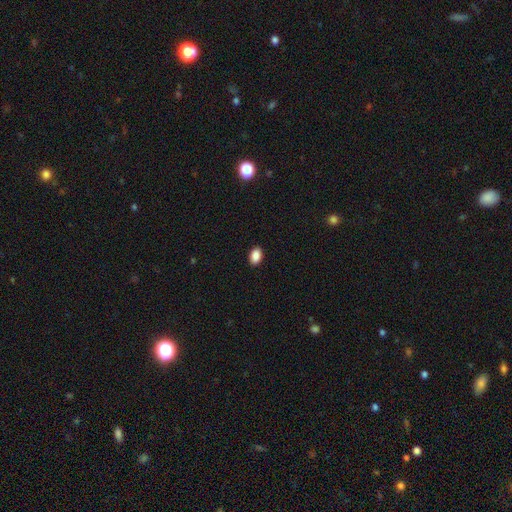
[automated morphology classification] Q: Smooth or featured?
A: smooth (89%); runner-up: star or artifact (8%)
Q: How rounded?
A: in between (88%); runner-up: round (10%)
Q: Merging?
A: none (91%); runner-up: minor disturbance (7%)